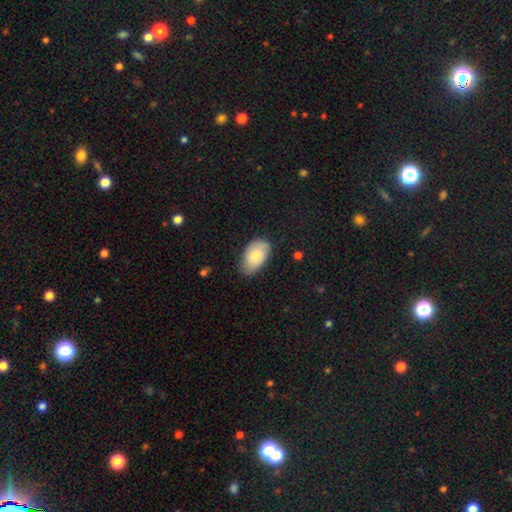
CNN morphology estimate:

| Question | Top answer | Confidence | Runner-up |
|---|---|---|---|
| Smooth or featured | smooth | 75% | featured or disk (19%) |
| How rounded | in between | 93% | round (5%) |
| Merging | none | 73% | minor disturbance (22%) |